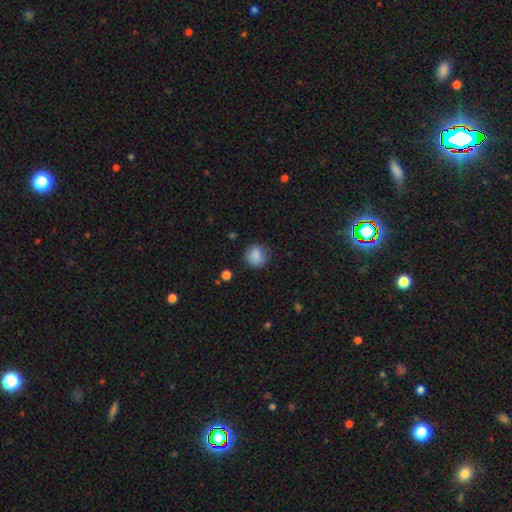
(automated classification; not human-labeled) A smooth galaxy with no disk features (86%) that is round (83%).

Vote fractions:
- Smooth or featured? smooth: 86% / star or artifact: 9% / featured or disk: 5%
- How rounded? round: 83% / in between: 16% / cigar-shaped: 1%
- Merging? none: 78% / minor disturbance: 16% / major disturbance: 4% / merger: 2%